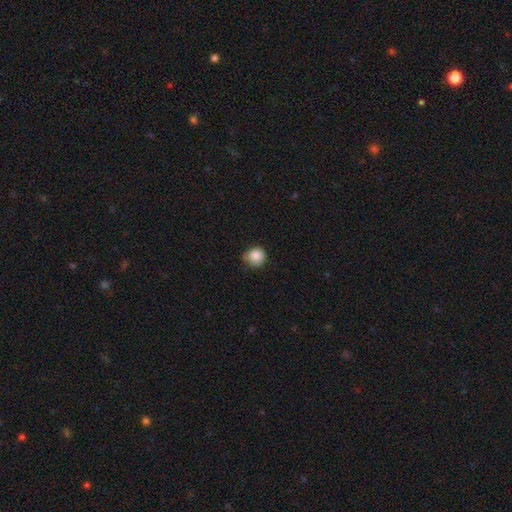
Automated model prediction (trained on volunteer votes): Smooth or featured? Predicted: smooth (p=0.85). How rounded? Predicted: round (p=0.90). Merging? Predicted: none (p=0.69).